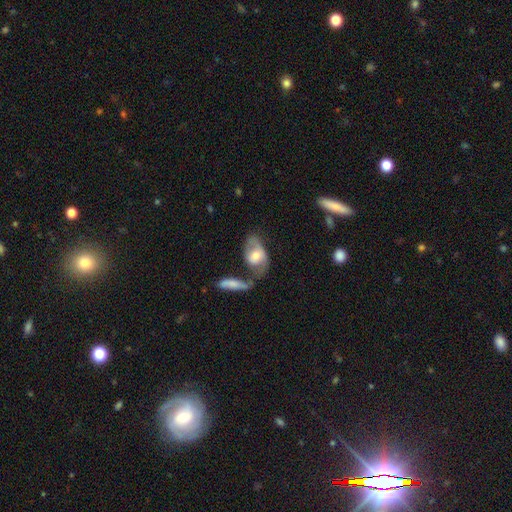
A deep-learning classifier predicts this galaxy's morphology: Smooth or featured: smooth — 48% (featured or disk — 46%)
Merging: merger — 32% (none — 27%)